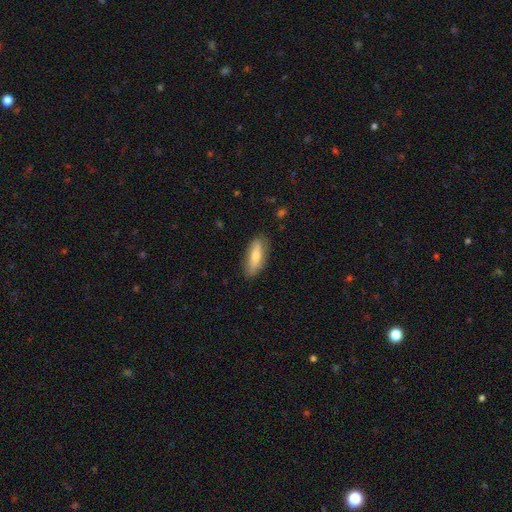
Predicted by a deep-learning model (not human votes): Smooth or featured?
  - smooth: 66% *
  - featured or disk: 28%
  - star or artifact: 6%
How rounded?
  - in between: 56% *
  - cigar-shaped: 42%
  - round: 2%
Merging?
  - none: 81% *
  - minor disturbance: 15%
  - major disturbance: 3%
  - merger: 1%